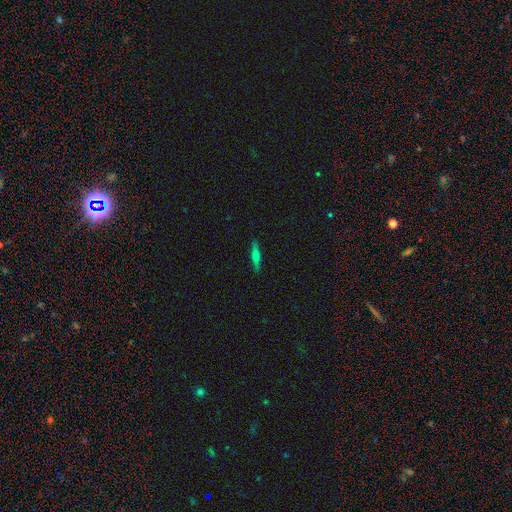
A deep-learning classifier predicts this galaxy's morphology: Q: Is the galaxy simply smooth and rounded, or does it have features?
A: featured or disk — 58%.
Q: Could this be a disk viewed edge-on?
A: yes — 96%.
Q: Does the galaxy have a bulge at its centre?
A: rounded — 88%.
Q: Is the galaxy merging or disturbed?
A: none — 90%.